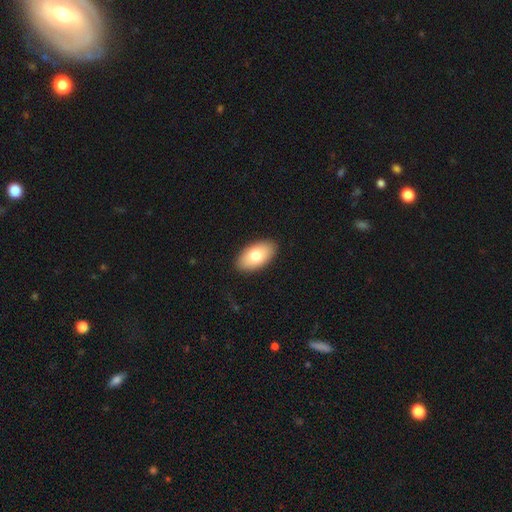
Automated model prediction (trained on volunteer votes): Smooth or featured? smooth (75%)
How rounded? in between (95%)
Merging? none (89%)